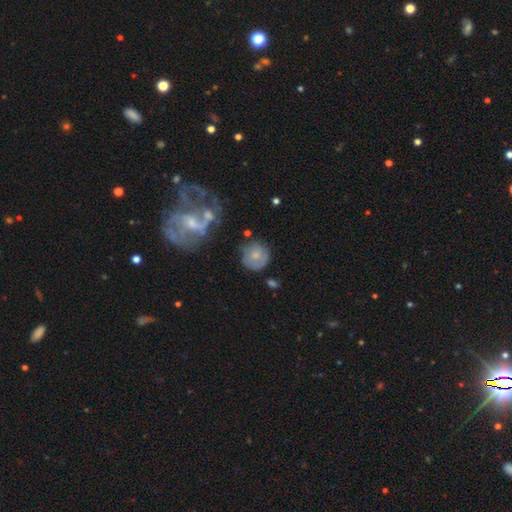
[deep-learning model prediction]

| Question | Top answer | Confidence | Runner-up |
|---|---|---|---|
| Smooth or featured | smooth | 61% | featured or disk (31%) |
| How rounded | round | 87% | in between (12%) |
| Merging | none | 62% | minor disturbance (23%) |